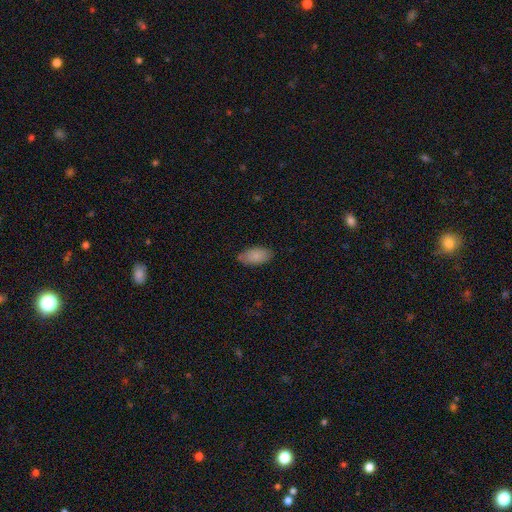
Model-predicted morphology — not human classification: Overall: smooth (86%). How rounded: in between (94%). Merging: none (78%).